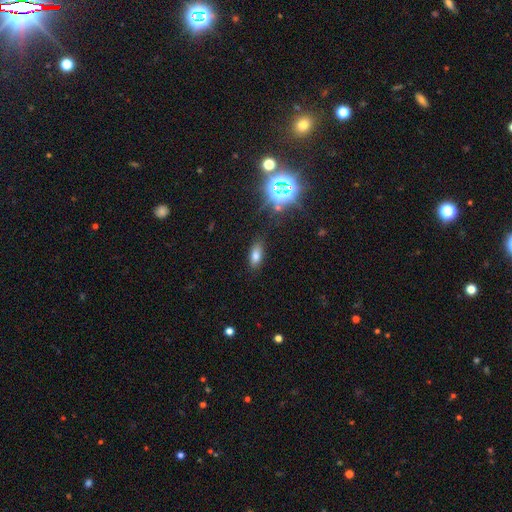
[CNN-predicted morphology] A smooth galaxy with no disk features (72%) that is in between round and cigar-shaped (81%). Merging: none (83%).